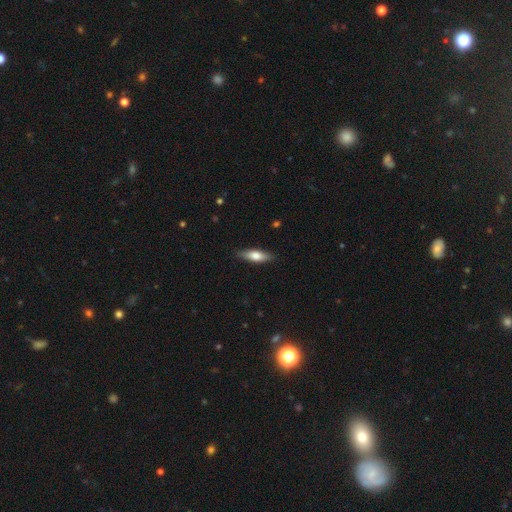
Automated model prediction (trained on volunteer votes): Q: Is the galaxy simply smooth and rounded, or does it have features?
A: smooth — 68%.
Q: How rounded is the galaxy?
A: in between — 53%.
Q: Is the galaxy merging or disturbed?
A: none — 86%.